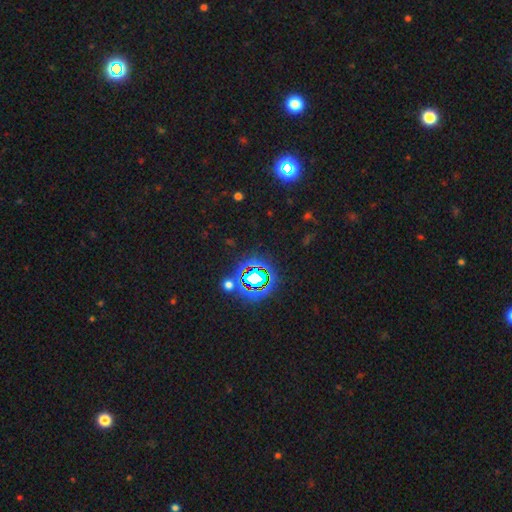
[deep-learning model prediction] smooth-or-featured: star or artifact: 80% | smooth: 13% | featured or disk: 7%